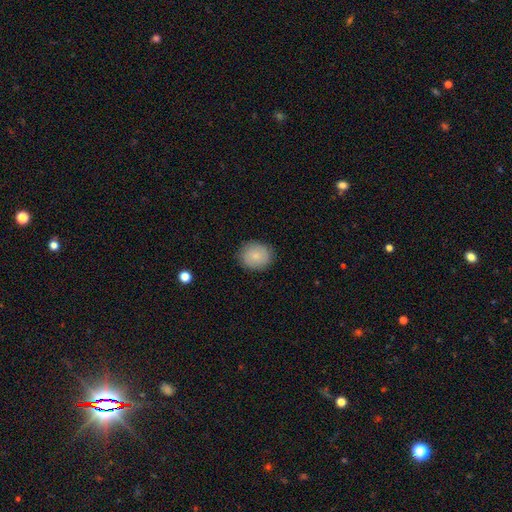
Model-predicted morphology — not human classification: smooth_or_featured: smooth (p=0.78) [alt: featured or disk p=0.15]
how_rounded: round (p=0.73) [alt: in between p=0.26]
merging: none (p=0.86) [alt: minor disturbance p=0.10]